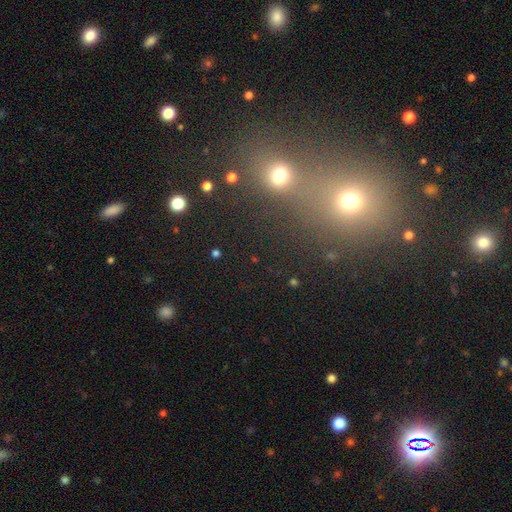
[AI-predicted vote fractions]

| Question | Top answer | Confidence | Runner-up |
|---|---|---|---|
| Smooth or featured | star or artifact | 52% | smooth (37%) |